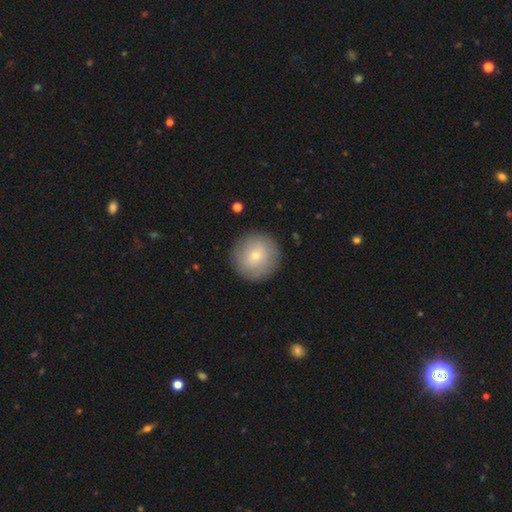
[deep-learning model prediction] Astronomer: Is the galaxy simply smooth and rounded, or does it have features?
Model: smooth — 75%.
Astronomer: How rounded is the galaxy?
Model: round — 95%.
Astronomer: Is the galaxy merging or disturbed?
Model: none — 89%.